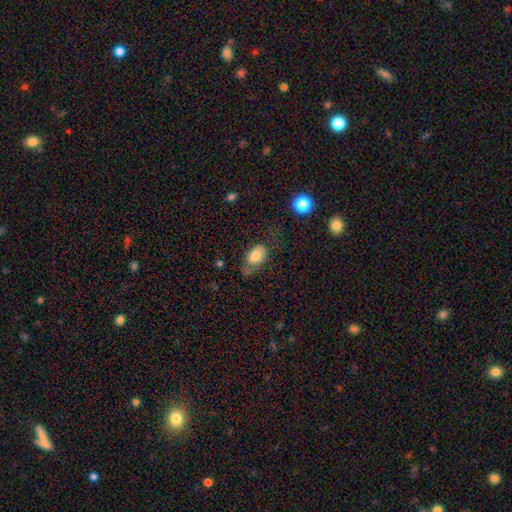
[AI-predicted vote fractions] Overall: smooth (76%). How rounded: in between (88%). Merging: none (43%; minor disturbance 31%).